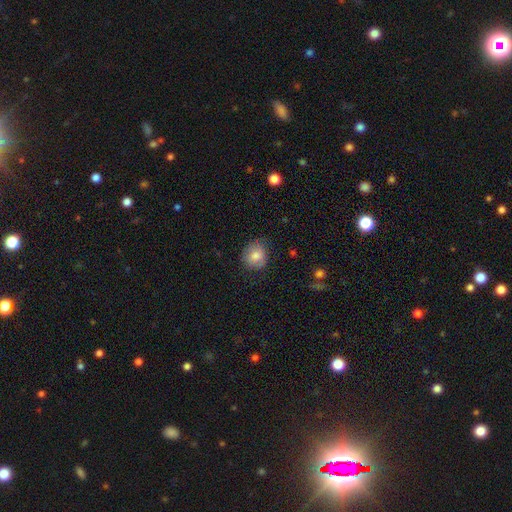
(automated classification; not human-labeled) A smooth galaxy with no disk features (76%) that is round (76%). Merging: none (72%).